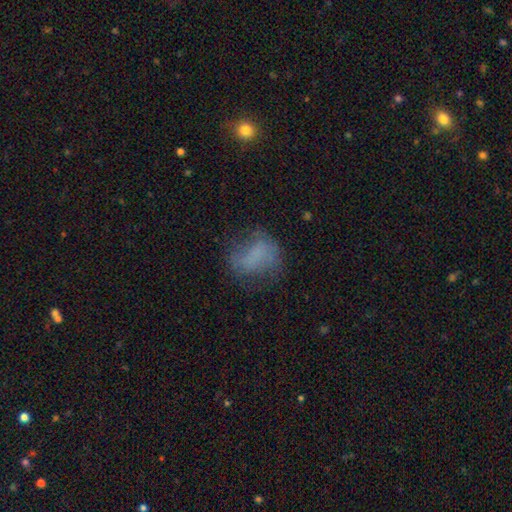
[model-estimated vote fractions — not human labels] Smooth or featured: smooth — 58% (featured or disk — 28%)
How rounded: in between — 69% (round — 28%)
Merging: none — 49% (minor disturbance — 26%)